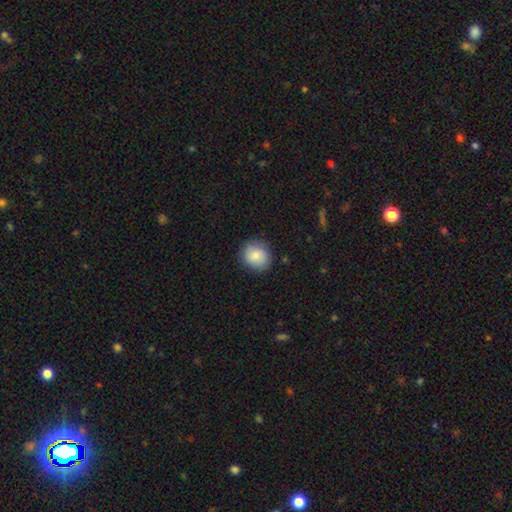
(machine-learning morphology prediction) smooth-or-featured: smooth: 84% | featured or disk: 9% | star or artifact: 7%
  how-rounded: round: 84% | in between: 15% | cigar-shaped: 1%
  merging: none: 85% | minor disturbance: 11% | major disturbance: 3% | merger: 1%